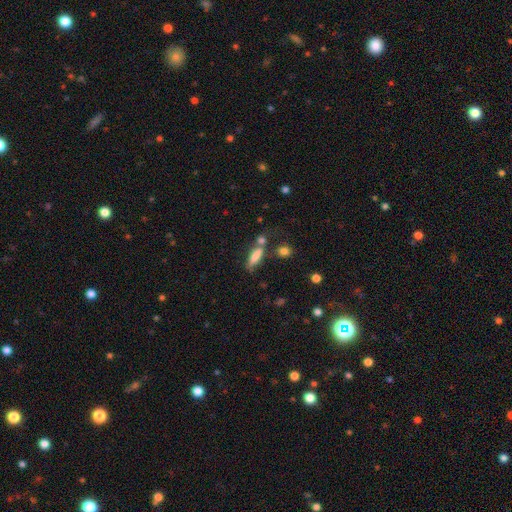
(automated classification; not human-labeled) Q: Smooth or featured?
A: smooth (77%); runner-up: featured or disk (14%)
Q: How rounded?
A: cigar-shaped (55%); runner-up: in between (41%)
Q: Merging?
A: none (54%); runner-up: merger (20%)